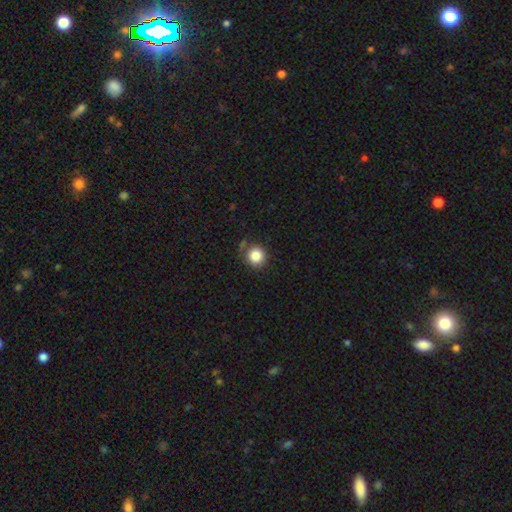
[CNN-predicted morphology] Smooth or featured: smooth — 84% (star or artifact — 10%)
How rounded: round — 92% (in between — 7%)
Merging: none — 77% (minor disturbance — 14%)